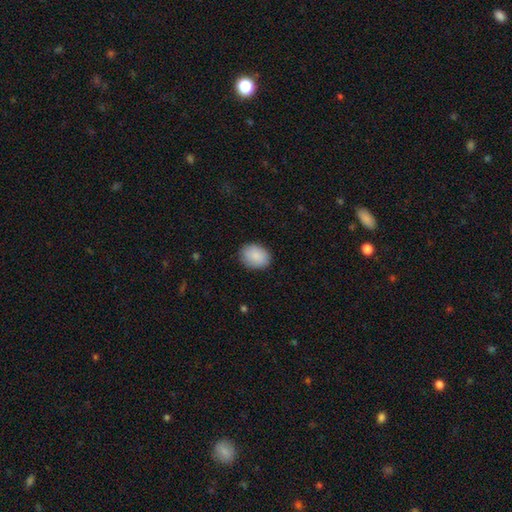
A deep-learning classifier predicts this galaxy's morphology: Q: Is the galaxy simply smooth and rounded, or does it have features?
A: smooth — 88%.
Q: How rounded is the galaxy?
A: in between — 59%.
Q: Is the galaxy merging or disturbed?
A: none — 86%.